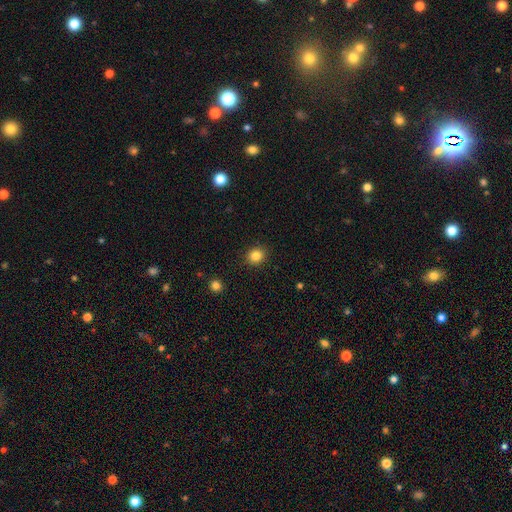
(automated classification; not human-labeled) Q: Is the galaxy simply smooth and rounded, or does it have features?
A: smooth — 84%.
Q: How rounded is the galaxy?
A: round — 83%.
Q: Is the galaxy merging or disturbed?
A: none — 91%.